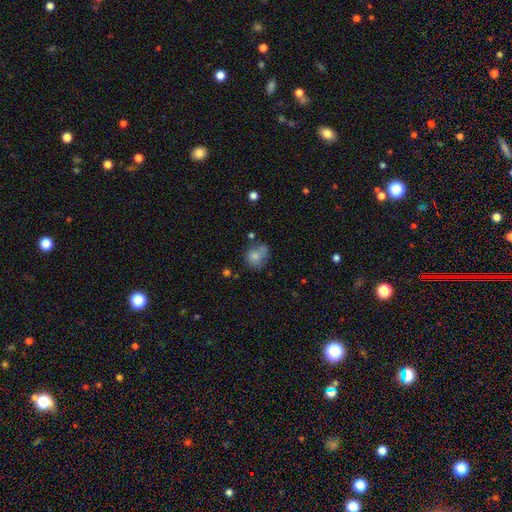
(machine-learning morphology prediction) smooth_or_featured: smooth (p=0.73) [alt: featured or disk p=0.16]
how_rounded: round (p=0.66) [alt: in between p=0.33]
merging: none (p=0.44) [alt: minor disturbance p=0.26]